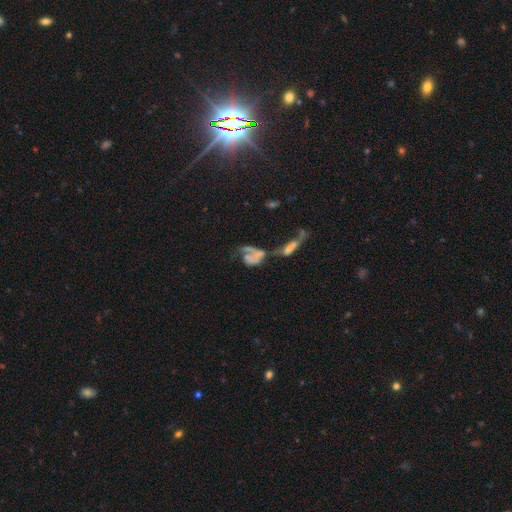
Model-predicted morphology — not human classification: smooth-or-featured: featured or disk: 56% | smooth: 32% | star or artifact: 12%
  disk-edge-on: no: 94% | yes: 6%
    bar: no: 82% | weak: 13% | strong: 5%
    has-spiral-arms: no: 53% | yes: 47%
    bulge-size: none: 67% | small: 17% | moderate: 10% | large: 4% | dominant: 2%
  merging: merger: 60% | major disturbance: 21% | none: 12% | minor disturbance: 7%